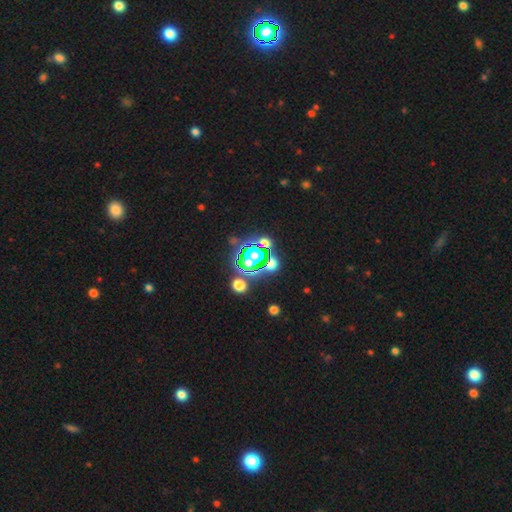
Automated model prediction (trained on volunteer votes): Smooth or featured? Predicted: star or artifact (p=0.75).